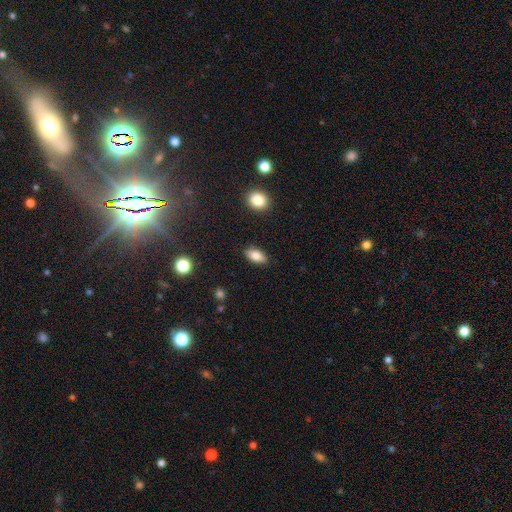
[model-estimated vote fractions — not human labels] Smooth or featured?
  - smooth: 82% *
  - featured or disk: 10%
  - star or artifact: 8%
How rounded?
  - in between: 87% *
  - cigar-shaped: 8%
  - round: 5%
Merging?
  - none: 86% *
  - minor disturbance: 10%
  - major disturbance: 2%
  - merger: 1%